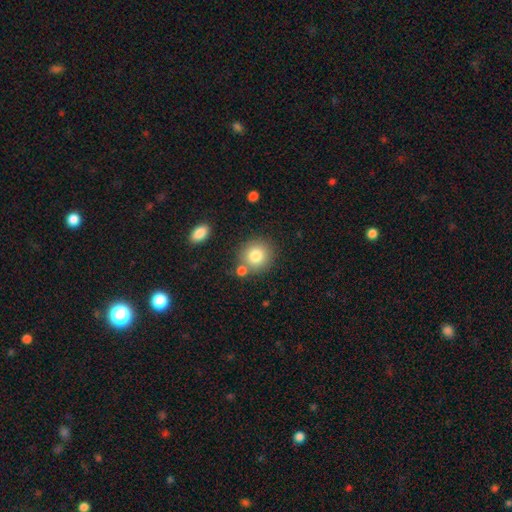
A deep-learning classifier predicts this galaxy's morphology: Smooth or featured? Predicted: smooth (p=0.81). How rounded? Predicted: round (p=0.88). Merging? Predicted: none (p=0.71).